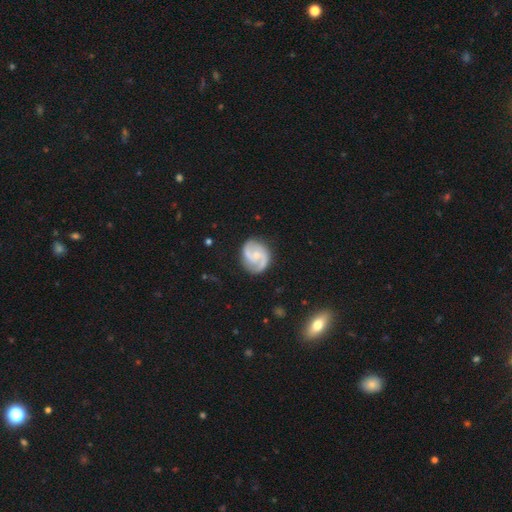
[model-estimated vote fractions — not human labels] smooth-or-featured: featured or disk: 84% | smooth: 11% | star or artifact: 5%
  disk-edge-on: no: 98% | yes: 2%
    bar: no: 53% | weak: 38% | strong: 8%
    has-spiral-arms: yes: 96% | no: 4%
      spiral-winding: medium: 52% | tight: 26% | loose: 22%
      spiral-arm-count: 2: 90% | can't tell: 4% | 1: 2% | 3: 2% | 4: 1% | more than 4: 1%
    bulge-size: small: 52% | moderate: 43% | none: 3% | large: 2% | dominant: 1%
  merging: none: 79% | minor disturbance: 15% | major disturbance: 4% | merger: 1%